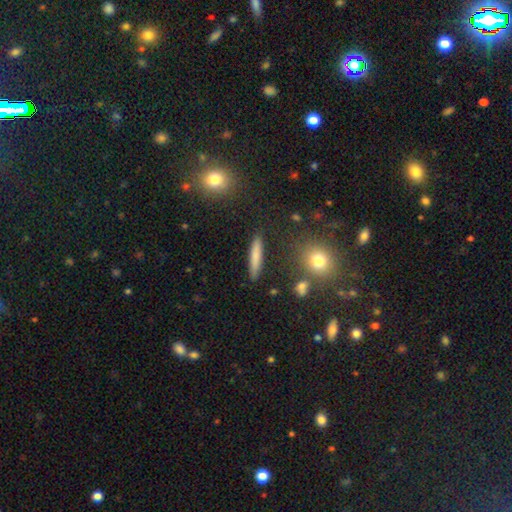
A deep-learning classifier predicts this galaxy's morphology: smooth 74%, featured or disk 18%, star or artifact 8%. Down the decision tree: how rounded — cigar-shaped (90%); merging — none (88%).